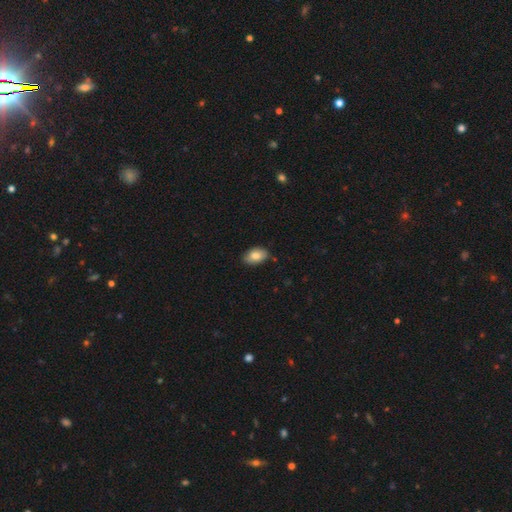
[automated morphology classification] Smooth or featured? Predicted: smooth (p=0.82). How rounded? Predicted: in between (p=0.90). Merging? Predicted: none (p=0.82).